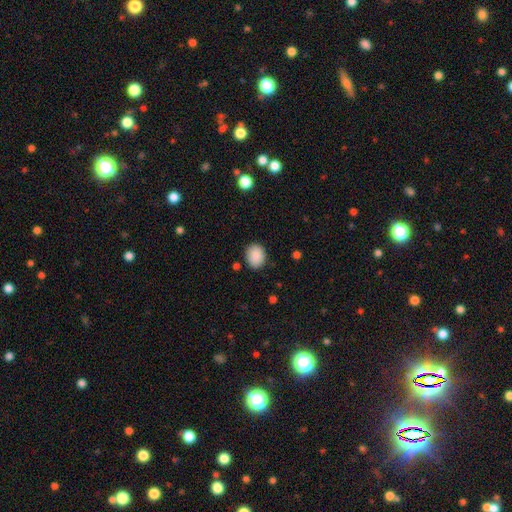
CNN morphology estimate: A smooth galaxy with no disk features (89%) that is in between round and cigar-shaped (54%). Merging: none (86%).